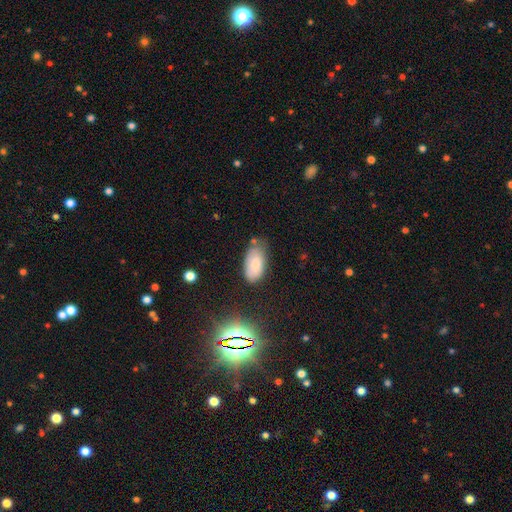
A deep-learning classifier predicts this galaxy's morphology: Overall: smooth (80%). How rounded: in between (94%). Merging: none (62%; minor disturbance 27%).